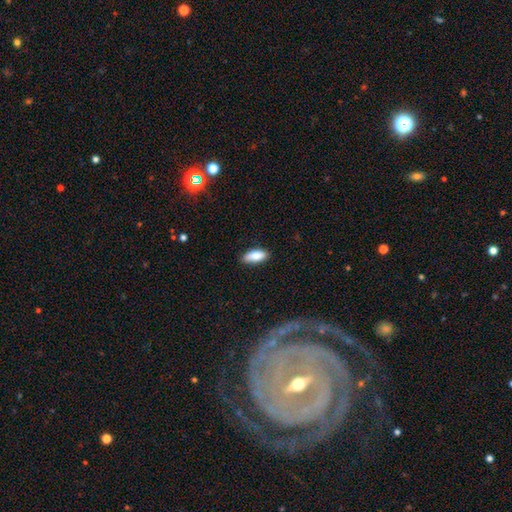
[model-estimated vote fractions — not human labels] Q: Smooth or featured?
A: smooth (86%); runner-up: featured or disk (8%)
Q: How rounded?
A: in between (82%); runner-up: cigar-shaped (16%)
Q: Merging?
A: none (84%); runner-up: minor disturbance (13%)